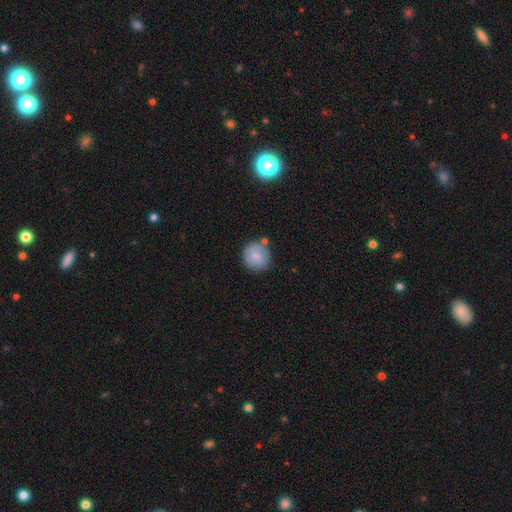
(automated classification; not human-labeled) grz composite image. It shows a smooth galaxy with no disk features (71%) that is round (89%). Merging: none (73%).